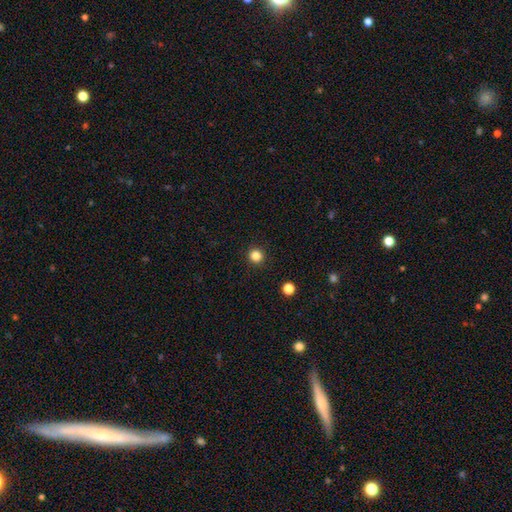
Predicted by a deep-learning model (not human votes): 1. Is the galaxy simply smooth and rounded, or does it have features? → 84% smooth, 13% star or artifact, 4% featured or disk.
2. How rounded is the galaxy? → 94% round, 5% in between, 1% cigar-shaped.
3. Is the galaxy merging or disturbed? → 93% none, 4% minor disturbance, 2% major disturbance, 1% merger.